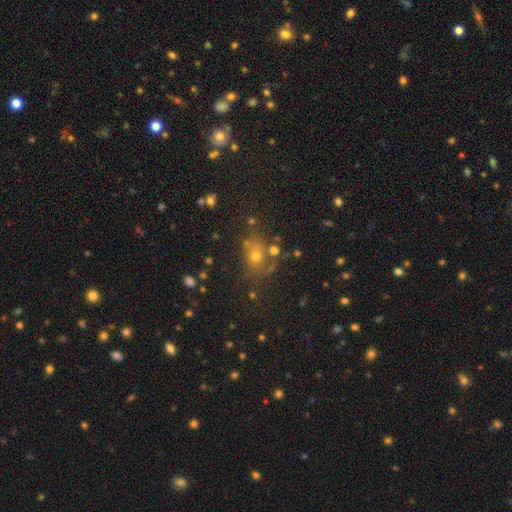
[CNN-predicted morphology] type=smooth (56%); roundness=round (53%); merging=none (63%).